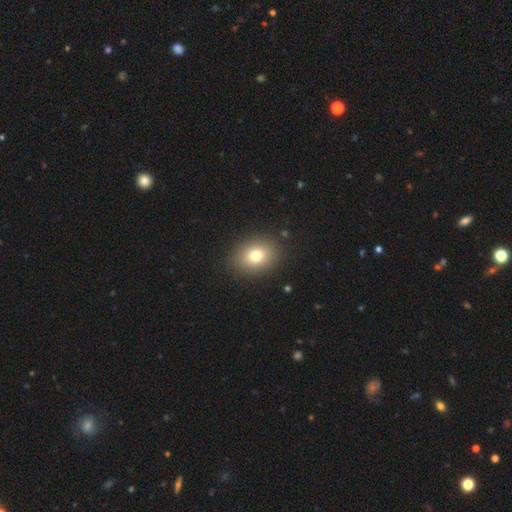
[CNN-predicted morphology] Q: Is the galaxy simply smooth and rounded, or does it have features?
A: smooth — 77%.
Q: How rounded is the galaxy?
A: in between — 60%.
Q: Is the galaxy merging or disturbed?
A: none — 88%.